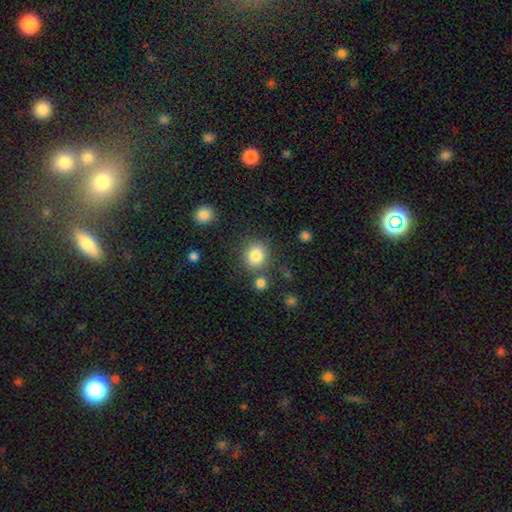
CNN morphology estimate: The model was most divided on "how rounded": round: 82%, in between: 17%, cigar-shaped: 1%. More confident: smooth or featured — smooth (84%); merging — none (77%).